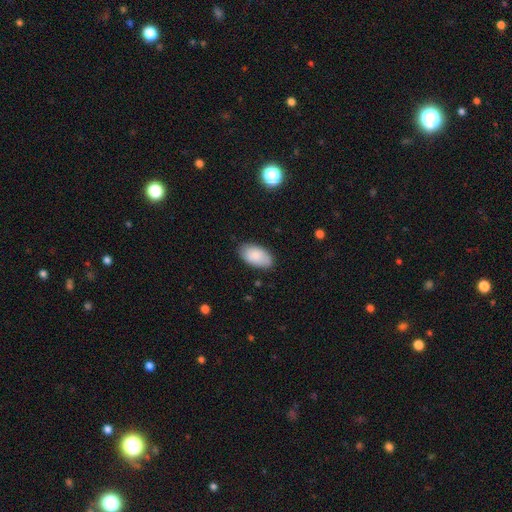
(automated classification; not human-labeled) Q: Smooth or featured?
A: smooth (84%); runner-up: featured or disk (9%)
Q: How rounded?
A: in between (95%); runner-up: round (3%)
Q: Merging?
A: none (82%); runner-up: minor disturbance (14%)